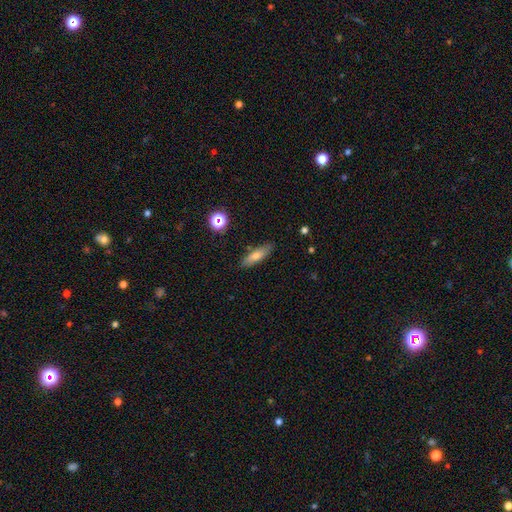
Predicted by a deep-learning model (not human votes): Smooth or featured: smooth — 70% (featured or disk — 21%)
How rounded: cigar-shaped — 57% (in between — 40%)
Merging: none — 85% (minor disturbance — 11%)